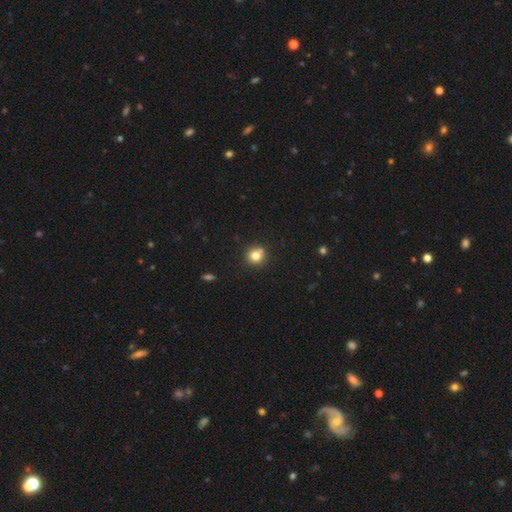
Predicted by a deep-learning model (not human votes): smooth-or-featured: smooth: 78% | star or artifact: 12% | featured or disk: 10%
  how-rounded: round: 90% | in between: 9% | cigar-shaped: 1%
  merging: none: 75% | merger: 12% | minor disturbance: 11% | major disturbance: 3%